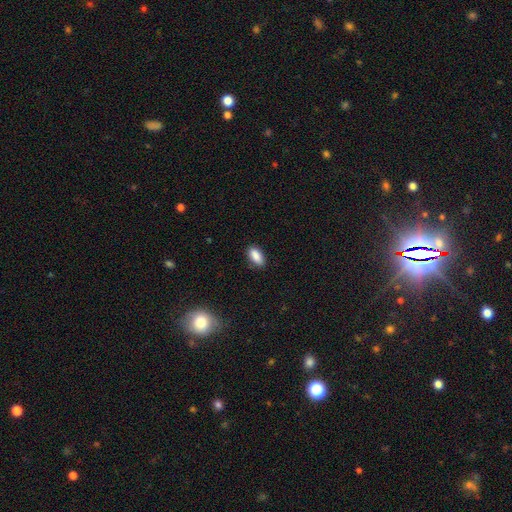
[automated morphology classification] Smooth or featured? Predicted: smooth (p=0.88). How rounded? Predicted: in between (p=0.88). Merging? Predicted: none (p=0.86).